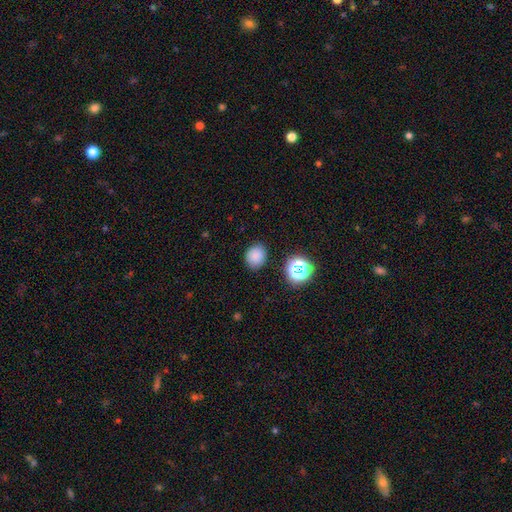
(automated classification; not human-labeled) A smooth galaxy with no disk features (81%) that is round (67%).

Vote fractions:
- Smooth or featured? smooth: 81% / star or artifact: 14% / featured or disk: 5%
- How rounded? round: 67% / in between: 32% / cigar-shaped: 1%
- Merging? none: 85% / minor disturbance: 10% / major disturbance: 3% / merger: 3%